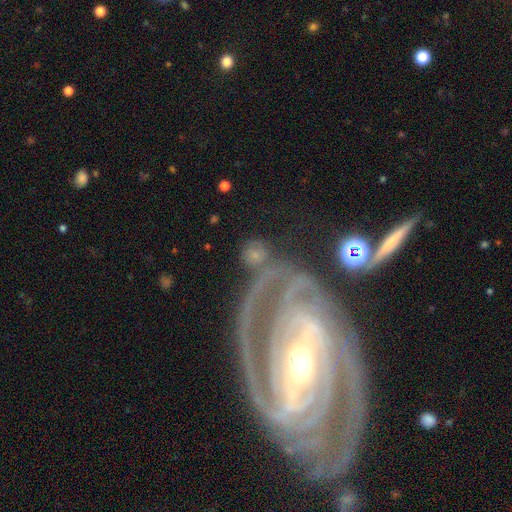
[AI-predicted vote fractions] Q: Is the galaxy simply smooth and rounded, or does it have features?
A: smooth — 48%.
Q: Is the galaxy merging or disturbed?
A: none — 63%.